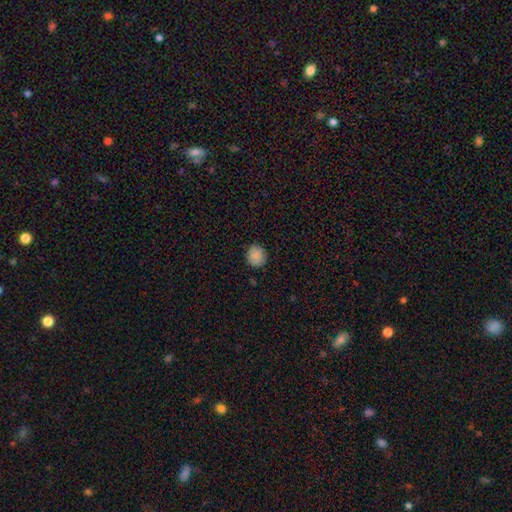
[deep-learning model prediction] This appears to be a smooth galaxy with no disk features (88%) that is round (87%). Merging: none (88%).